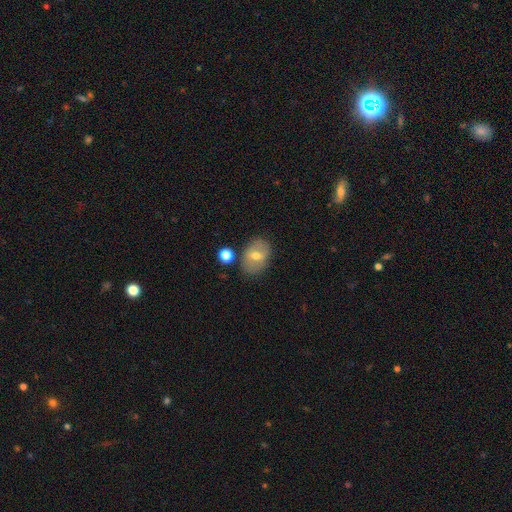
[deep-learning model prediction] smooth 56%, featured or disk 34%, star or artifact 9%. Down the decision tree: how rounded — in between (75%); merging — none (77%).